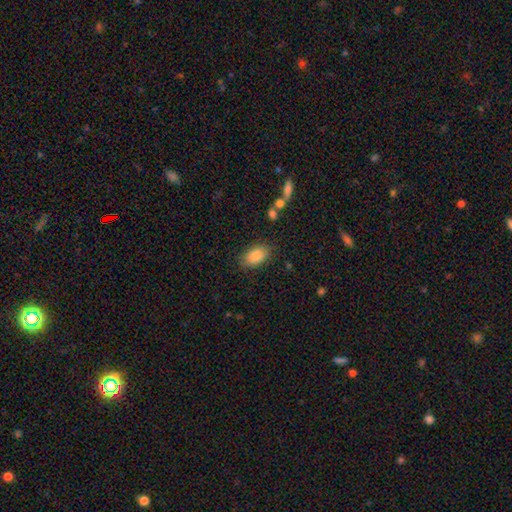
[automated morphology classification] type=smooth (87%); roundness=in between (91%); merging=none (82%).